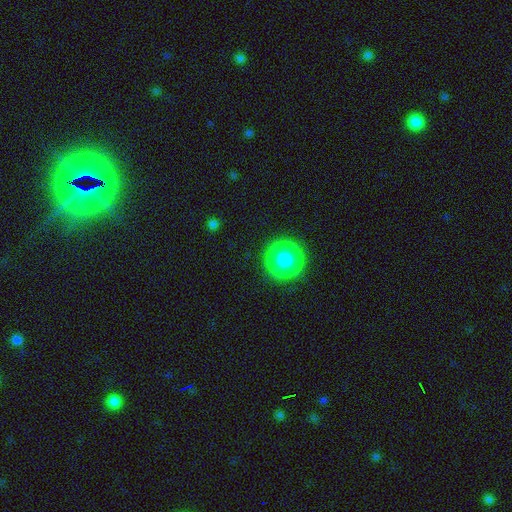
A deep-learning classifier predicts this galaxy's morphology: smooth_or_featured: smooth (p=0.61) [alt: star or artifact p=0.34]
how_rounded: round (p=0.94) [alt: in between p=0.05]
merging: none (p=0.92) [alt: minor disturbance p=0.05]